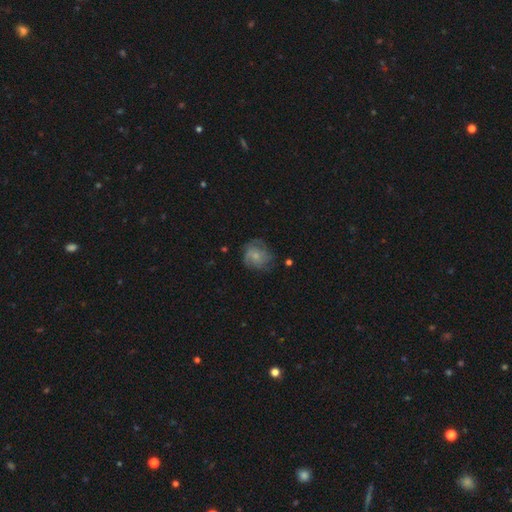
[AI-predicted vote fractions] Smooth or featured?
  - featured or disk: 52% *
  - smooth: 39%
  - star or artifact: 9%
Edge-on disk?
  - no: 97% *
  - yes: 3%
Bar?
  - no: 78% *
  - weak: 19%
  - strong: 3%
Spiral arms?
  - yes: 76% *
  - no: 24%
Bulge size?
  - small: 63% *
  - moderate: 27%
  - none: 7%
  - large: 2%
  - dominant: 1%
Merging?
  - none: 61% *
  - minor disturbance: 24%
  - major disturbance: 13%
  - merger: 2%